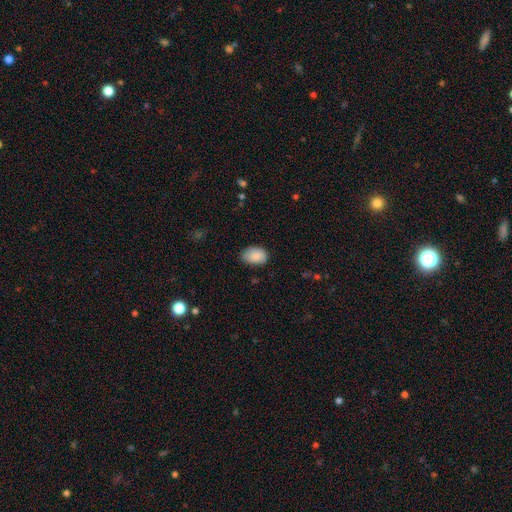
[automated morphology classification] A smooth galaxy with no disk features (87%) that is in between round and cigar-shaped (87%).

Vote fractions:
- Smooth or featured? smooth: 87% / star or artifact: 7% / featured or disk: 6%
- How rounded? in between: 87% / round: 12% / cigar-shaped: 1%
- Merging? none: 76% / minor disturbance: 20% / major disturbance: 3% / merger: 1%